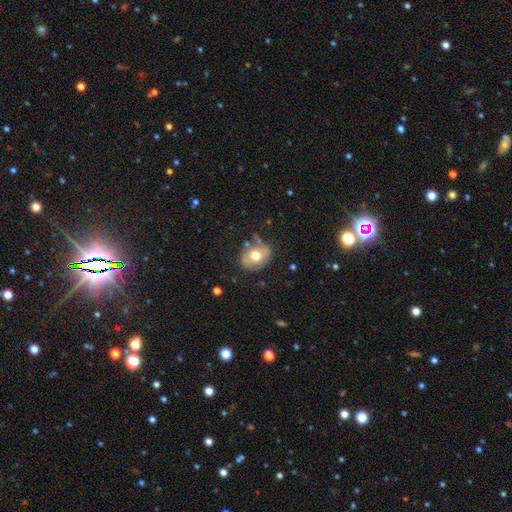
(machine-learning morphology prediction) smooth 62%, featured or disk 29%, star or artifact 8%. Down the decision tree: how rounded — in between (60%); merging — none (72%).